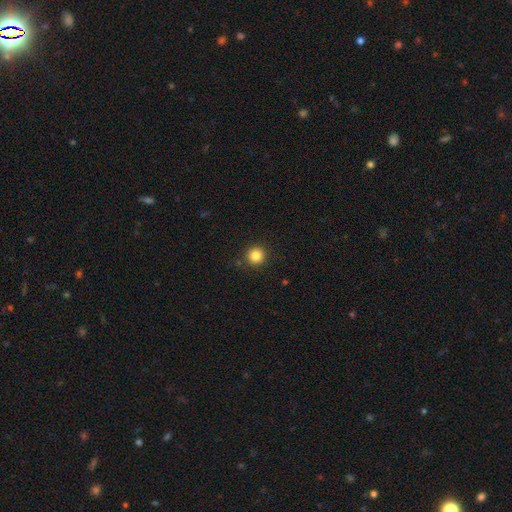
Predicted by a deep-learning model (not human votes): Overall: smooth (84%). How rounded: round (95%). Merging: none (91%).